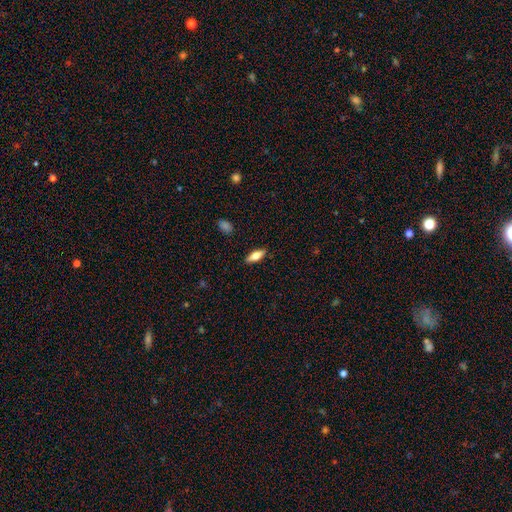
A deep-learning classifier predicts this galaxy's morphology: Smooth or featured? Predicted: smooth (p=0.65). How rounded? Predicted: in between (p=0.64). Merging? Predicted: none (p=0.88).